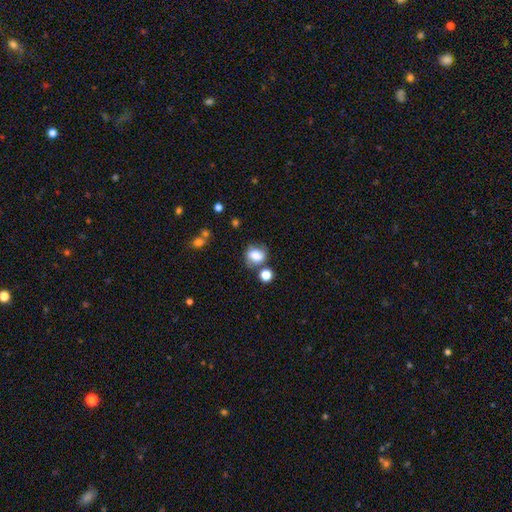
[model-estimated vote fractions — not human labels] Morphology: type=smooth (74%); roundness=round (58%); merging=none (60%).